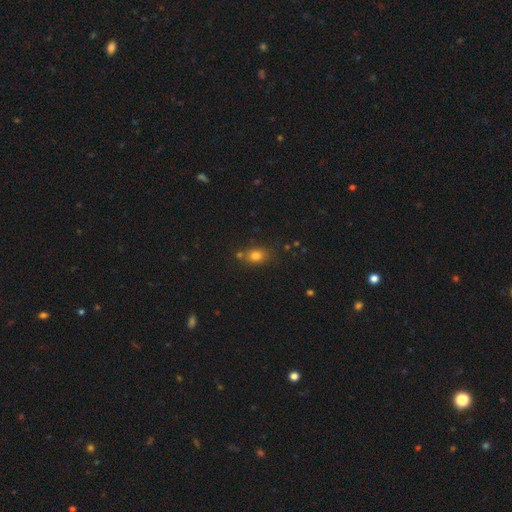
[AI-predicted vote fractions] smooth-or-featured: smooth: 78% | star or artifact: 13% | featured or disk: 8%
  how-rounded: in between: 57% | round: 41% | cigar-shaped: 2%
  merging: none: 69% | minor disturbance: 15% | merger: 12% | major disturbance: 4%